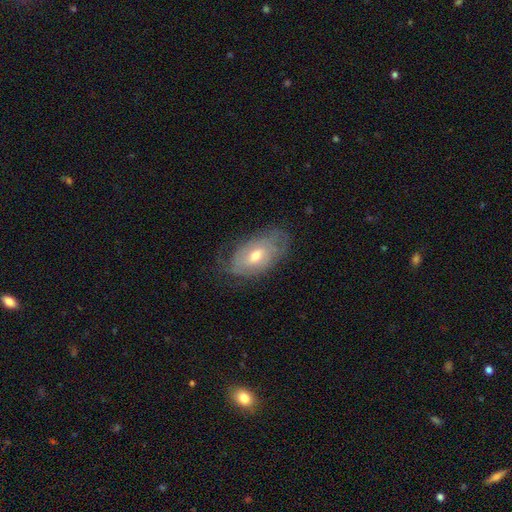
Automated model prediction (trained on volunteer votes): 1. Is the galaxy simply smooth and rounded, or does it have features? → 58% featured or disk, 35% smooth, 7% star or artifact.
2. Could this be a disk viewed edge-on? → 91% no, 9% yes.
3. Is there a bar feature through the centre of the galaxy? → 63% no, 31% weak, 6% strong.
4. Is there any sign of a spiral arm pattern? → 69% yes, 31% no.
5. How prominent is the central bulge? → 65% moderate, 29% small, 4% large, 1% none, 1% dominant.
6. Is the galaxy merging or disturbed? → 62% none, 26% minor disturbance, 11% major disturbance, 1% merger.